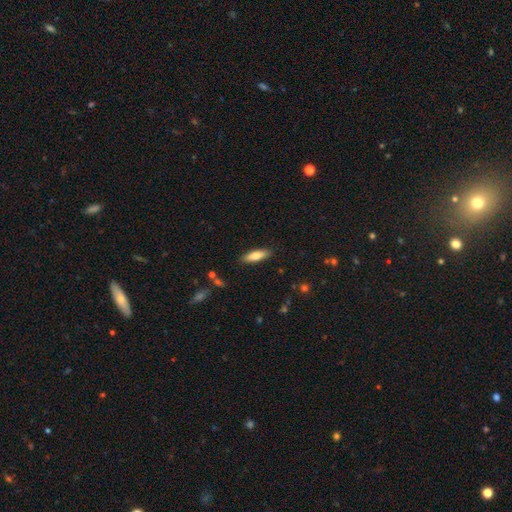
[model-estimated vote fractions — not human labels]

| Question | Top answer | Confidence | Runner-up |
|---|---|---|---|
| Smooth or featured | smooth | 80% | featured or disk (14%) |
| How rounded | in between | 50% | cigar-shaped (48%) |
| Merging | none | 87% | minor disturbance (10%) |